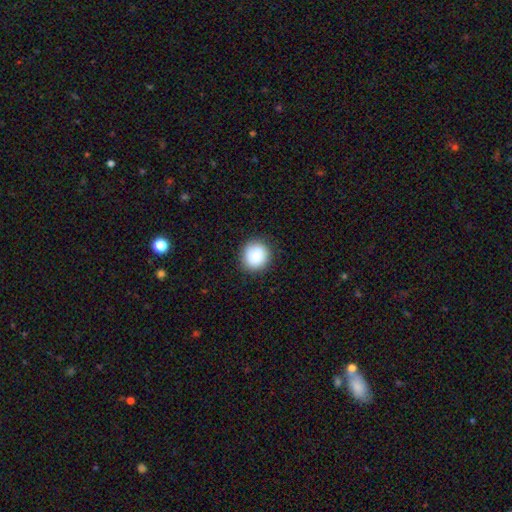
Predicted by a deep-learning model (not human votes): This appears to be a smooth galaxy with no disk features (86%) that is round (90%). Merging: none (87%).